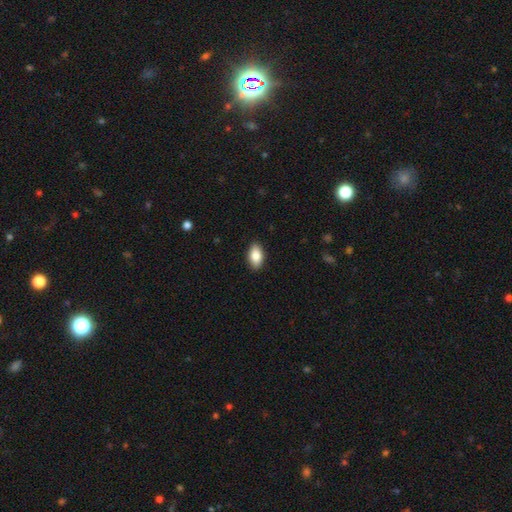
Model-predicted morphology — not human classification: type=smooth (85%); roundness=in between (92%); merging=none (90%).